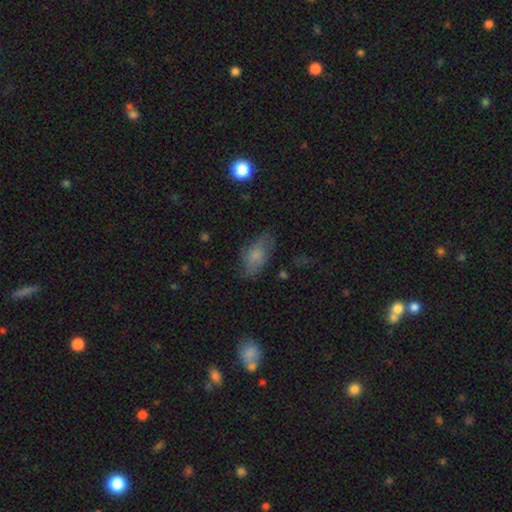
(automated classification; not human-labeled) Smooth or featured: smooth — 71% (featured or disk — 19%)
How rounded: in between — 90% (round — 5%)
Merging: none — 66% (minor disturbance — 23%)